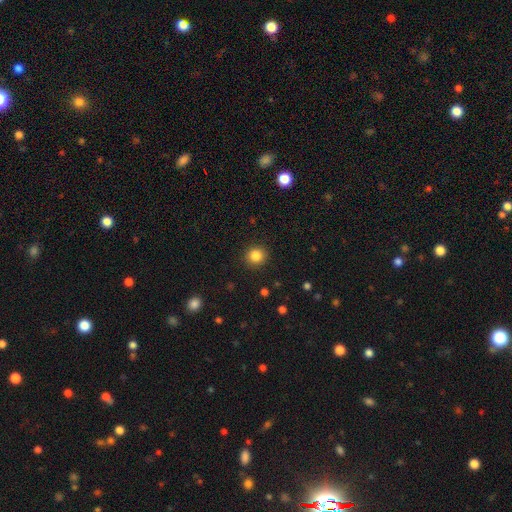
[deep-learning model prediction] Smooth or featured? Predicted: smooth (p=0.85). How rounded? Predicted: round (p=0.90). Merging? Predicted: none (p=0.91).